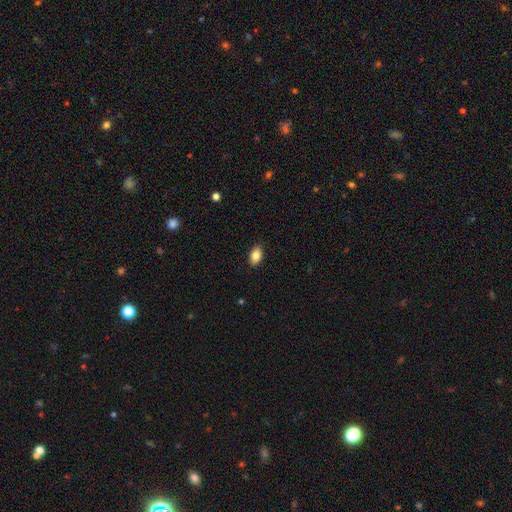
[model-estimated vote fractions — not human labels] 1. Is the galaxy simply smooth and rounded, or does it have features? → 84% smooth, 8% star or artifact, 8% featured or disk.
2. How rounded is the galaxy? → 88% in between, 10% round, 2% cigar-shaped.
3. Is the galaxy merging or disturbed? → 88% none, 10% minor disturbance, 2% major disturbance, 1% merger.